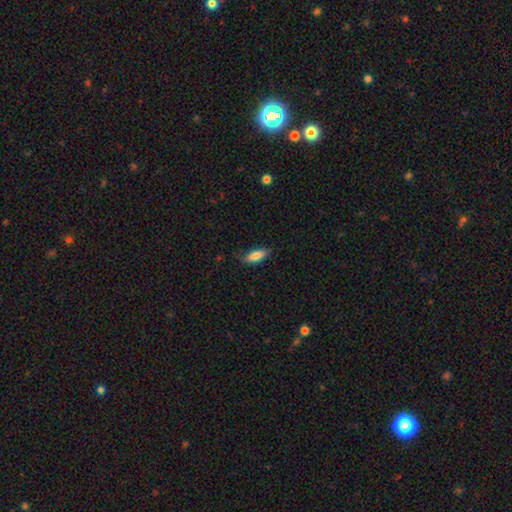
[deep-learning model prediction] This appears to be a smooth galaxy with no disk features (80%) that is in between round and cigar-shaped (67%). Merging: none (75%).